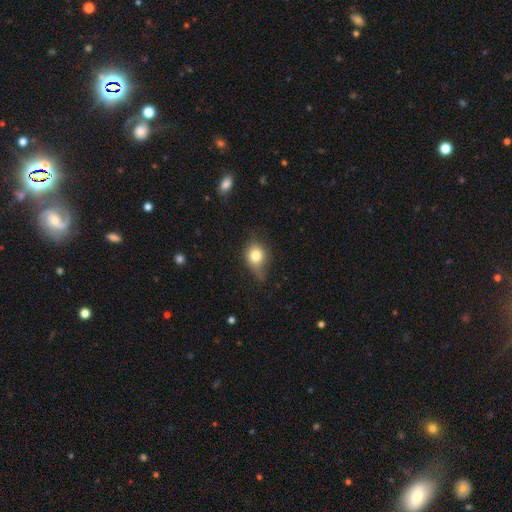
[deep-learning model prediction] Smooth or featured? Predicted: smooth (p=0.75). How rounded? Predicted: round (p=0.52). Merging? Predicted: none (p=0.43).